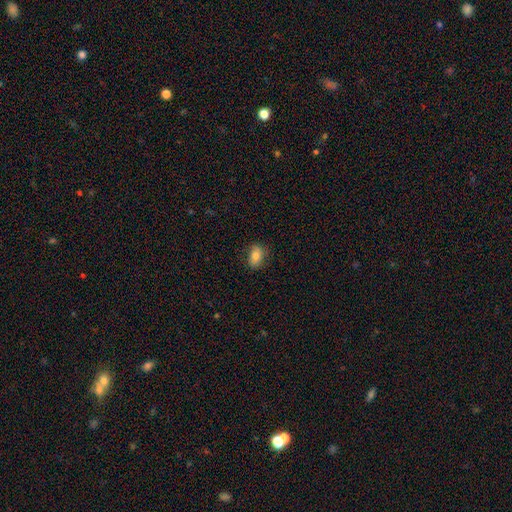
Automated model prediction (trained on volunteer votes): Overall: smooth (79%). How rounded: in between (82%). Merging: none (82%).